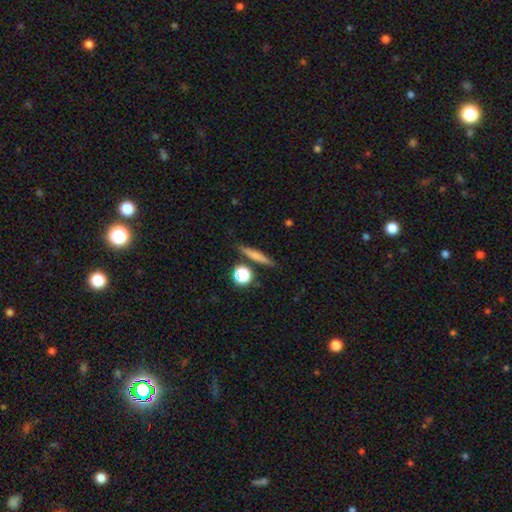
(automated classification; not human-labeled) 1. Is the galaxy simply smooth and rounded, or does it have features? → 63% smooth, 28% featured or disk, 9% star or artifact.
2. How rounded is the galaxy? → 83% cigar-shaped, 9% in between, 8% round.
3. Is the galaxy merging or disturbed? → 84% none, 9% minor disturbance, 5% merger, 2% major disturbance.